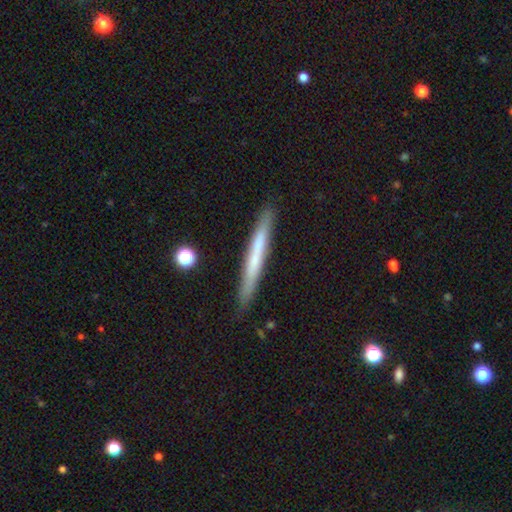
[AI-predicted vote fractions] smooth-or-featured: smooth: 52% | featured or disk: 41% | star or artifact: 7%
  how-rounded: cigar-shaped: 97% | in between: 2% | round: 1%
  merging: none: 88% | minor disturbance: 9% | merger: 2% | major disturbance: 2%